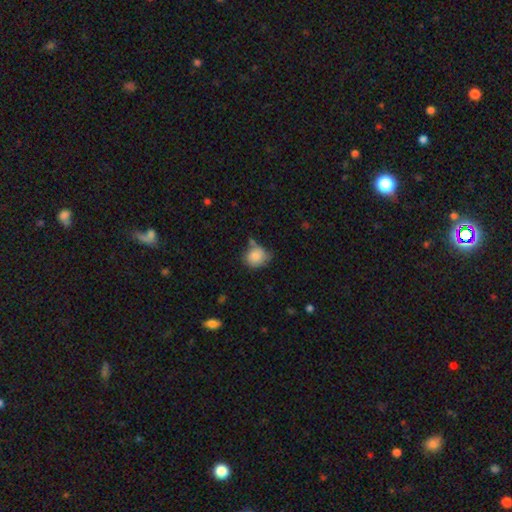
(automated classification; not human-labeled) smooth-or-featured: smooth: 81% | featured or disk: 12% | star or artifact: 8%
  how-rounded: round: 70% | in between: 29% | cigar-shaped: 1%
  merging: none: 47% | minor disturbance: 33% | merger: 10% | major disturbance: 10%